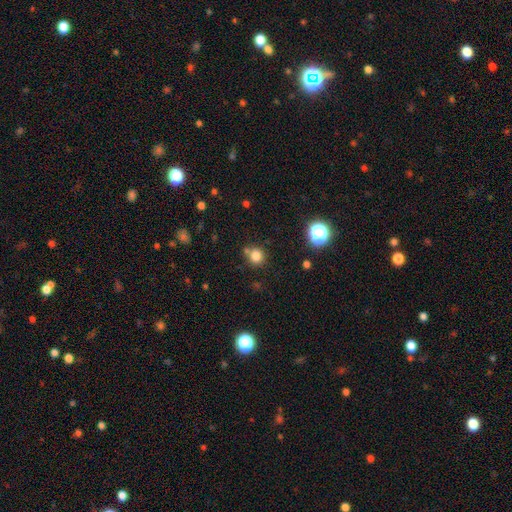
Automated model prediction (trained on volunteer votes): A smooth galaxy with no disk features (80%) that is round (88%).

Vote fractions:
- Smooth or featured? smooth: 80% / star or artifact: 14% / featured or disk: 6%
- How rounded? round: 88% / in between: 11% / cigar-shaped: 1%
- Merging? none: 71% / merger: 14% / minor disturbance: 11% / major disturbance: 3%